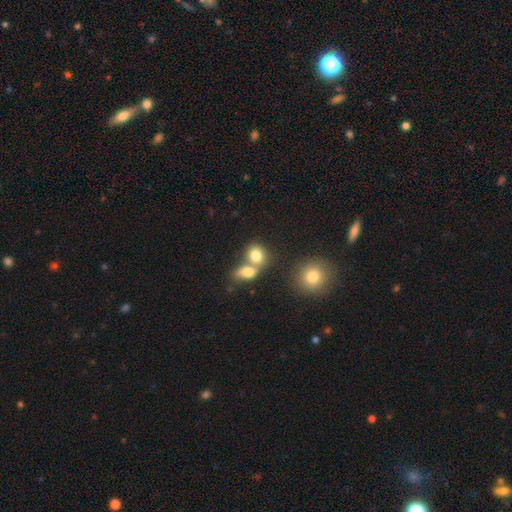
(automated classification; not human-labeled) This appears to be a smooth galaxy with no disk features (79%) that is round (56%). Merging: merger (53%).